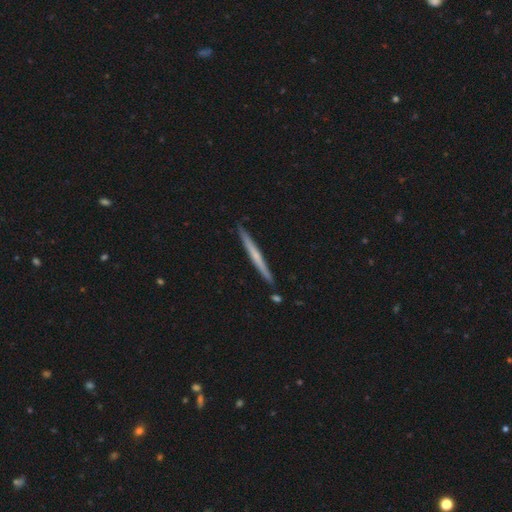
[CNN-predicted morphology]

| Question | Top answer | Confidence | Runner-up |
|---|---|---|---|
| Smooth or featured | featured or disk | 53% | smooth (42%) |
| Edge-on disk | yes | 97% | no (3%) |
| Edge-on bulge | none | 71% | rounded (24%) |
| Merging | none | 89% | minor disturbance (7%) |